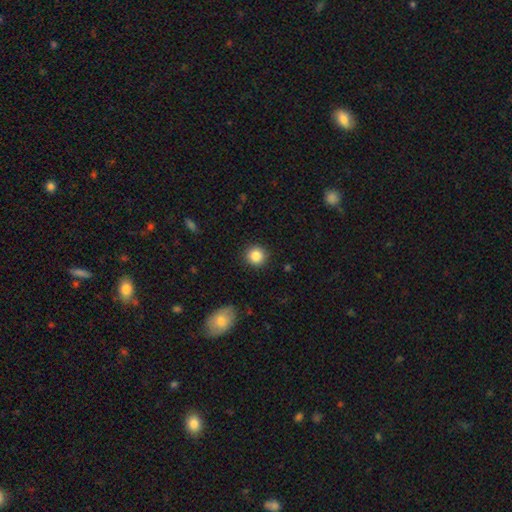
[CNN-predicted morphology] This appears to be a smooth galaxy with no disk features (85%) that is round (93%). Merging: none (91%).